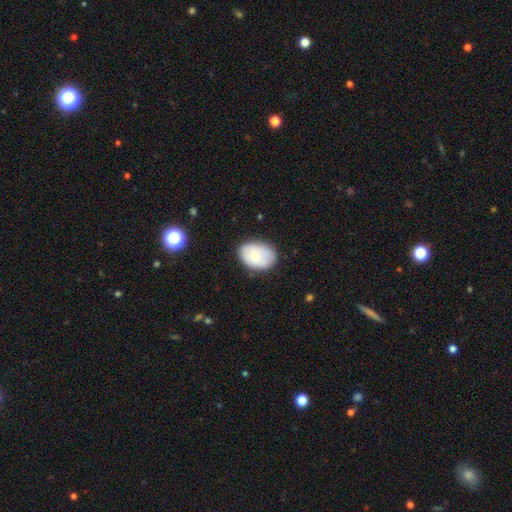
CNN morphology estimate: A smooth galaxy with no disk features (71%) that is in between round and cigar-shaped (78%).

Vote fractions:
- Smooth or featured? smooth: 71% / featured or disk: 23% / star or artifact: 7%
- How rounded? in between: 78% / round: 21% / cigar-shaped: 1%
- Merging? none: 79% / minor disturbance: 16% / major disturbance: 3% / merger: 1%